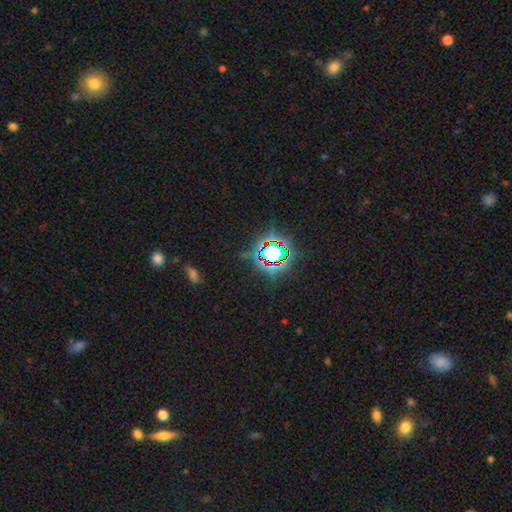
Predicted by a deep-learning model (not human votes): A star or artifact, not a galaxy (80%).